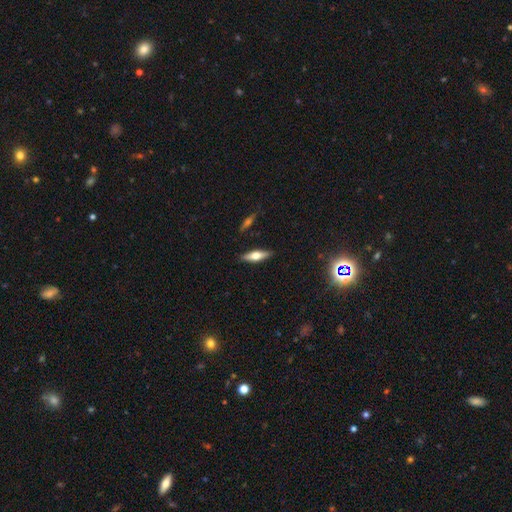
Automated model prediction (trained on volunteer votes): smooth 48%, featured or disk 46%, star or artifact 7%. Down the decision tree: merging — none (87%).